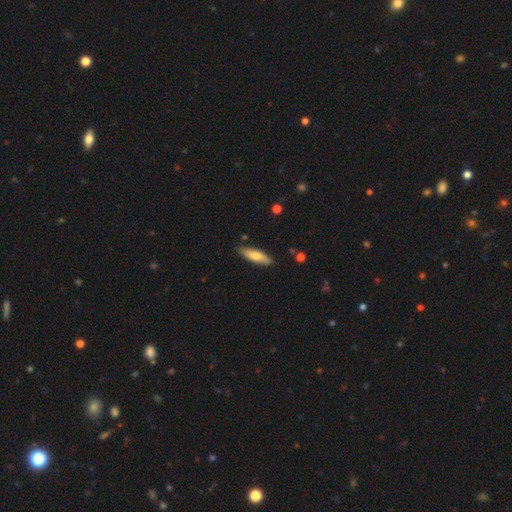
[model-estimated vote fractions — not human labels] A smooth galaxy with no disk features (68%) that is cigar-shaped (57%). Merging: none (84%).